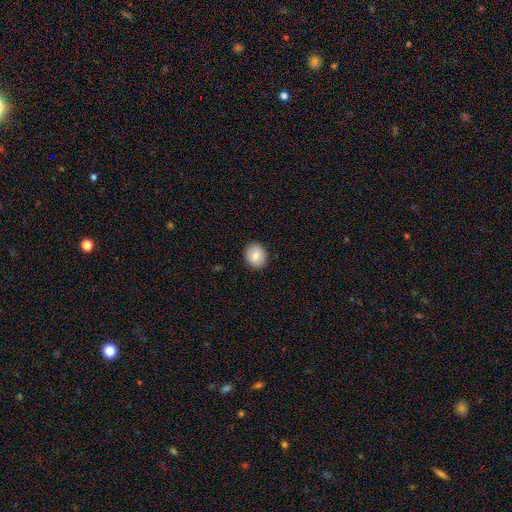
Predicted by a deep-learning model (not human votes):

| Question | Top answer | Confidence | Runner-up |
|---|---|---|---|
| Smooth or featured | smooth | 84% | featured or disk (8%) |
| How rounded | round | 72% | in between (27%) |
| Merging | none | 91% | minor disturbance (7%) |